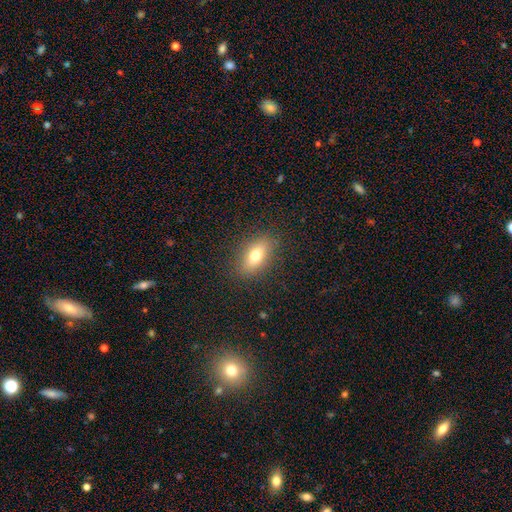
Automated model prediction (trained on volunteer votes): Smooth or featured? smooth (71%)
How rounded? in between (80%)
Merging? none (86%)